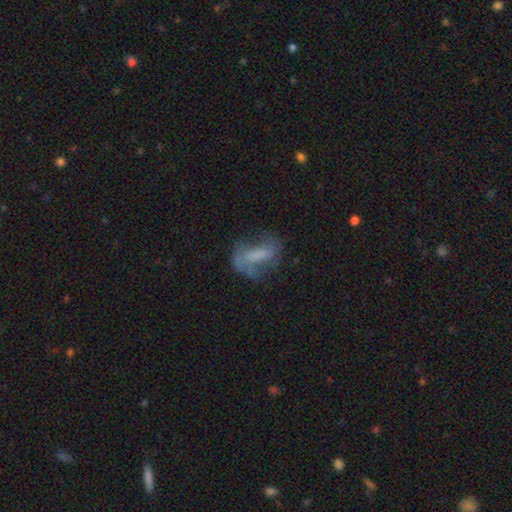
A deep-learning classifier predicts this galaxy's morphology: smooth_or_featured: featured or disk (p=0.53) [alt: smooth p=0.34]
disk_edge_on: no (p=0.93) [alt: yes p=0.07]
merging: none (p=0.43) [alt: major disturbance p=0.29]